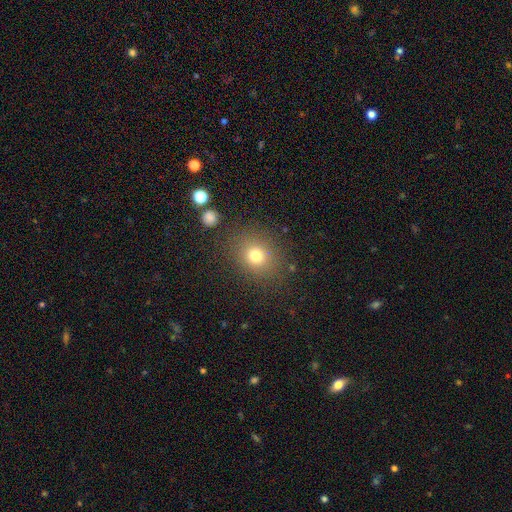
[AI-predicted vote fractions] Smooth or featured? Predicted: smooth (p=0.76). How rounded? Predicted: round (p=0.70). Merging? Predicted: none (p=0.83).